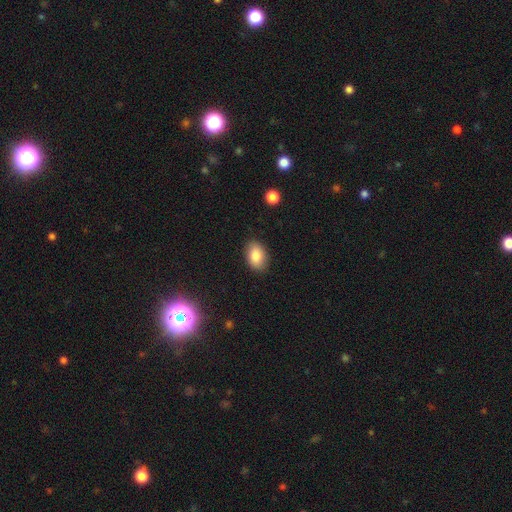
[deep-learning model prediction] Smooth or featured? Predicted: smooth (p=0.85). How rounded? Predicted: in between (p=0.88). Merging? Predicted: none (p=0.86).